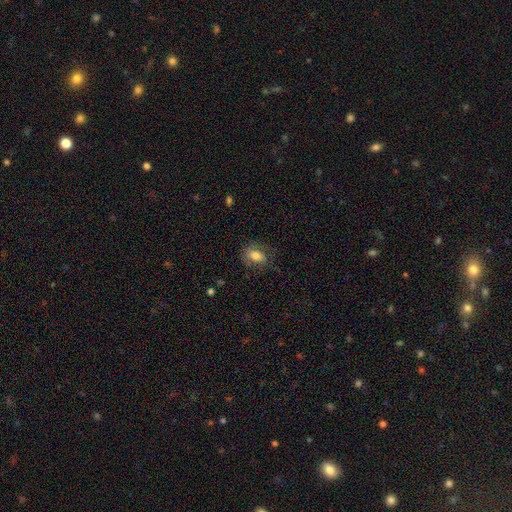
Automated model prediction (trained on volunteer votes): smooth-or-featured: smooth: 69% | featured or disk: 22% | star or artifact: 8%
  how-rounded: in between: 78% | round: 20% | cigar-shaped: 3%
  merging: none: 68% | minor disturbance: 20% | major disturbance: 11% | merger: 1%